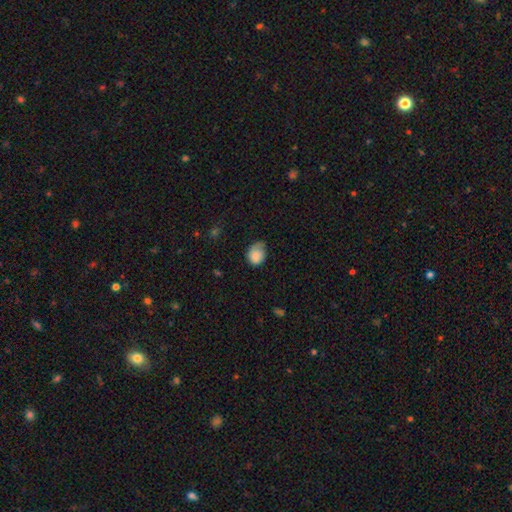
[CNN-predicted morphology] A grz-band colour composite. It shows a smooth galaxy with no disk features (79%) that is in between round and cigar-shaped (54%). Merging: minor disturbance (42%).